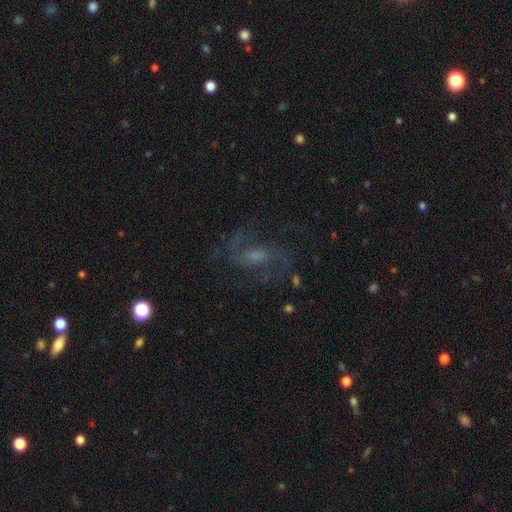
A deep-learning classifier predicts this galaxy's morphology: Smooth or featured? featured or disk (75%)
Edge-on disk? no (96%)
Bar? weak (50%)
Spiral arms? yes (91%)
Spiral winding? medium (52%)
Spiral arm count? 2 (74%)
Bulge size? moderate (40%)
Merging? none (68%)